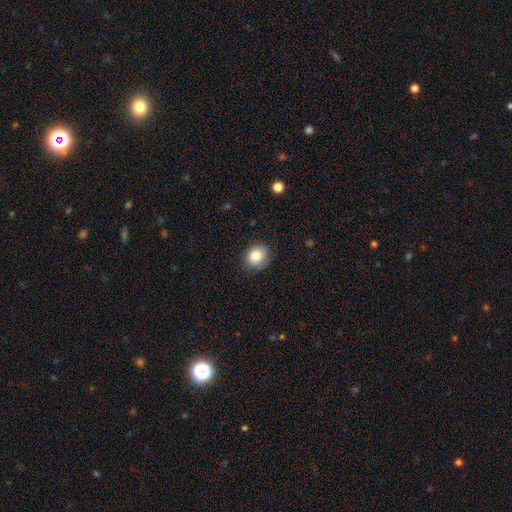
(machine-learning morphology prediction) A smooth galaxy with no disk features (83%) that is round (62%). Merging: none (82%).